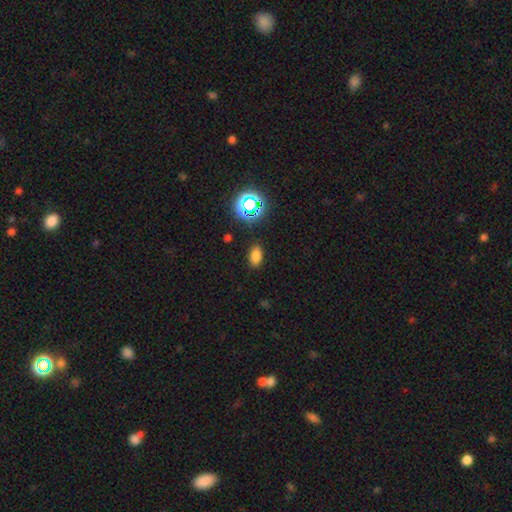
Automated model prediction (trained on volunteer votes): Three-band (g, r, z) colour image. It shows a smooth galaxy with no disk features (75%) that is in between round and cigar-shaped (87%). Merging: none (86%).